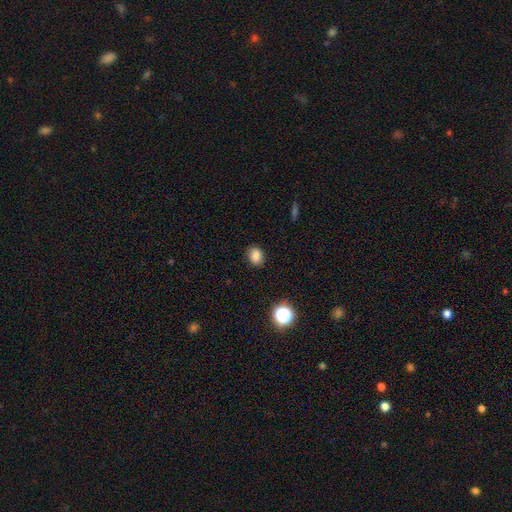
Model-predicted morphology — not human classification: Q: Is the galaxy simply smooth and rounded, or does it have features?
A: smooth — 84%.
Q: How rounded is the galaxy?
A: in between — 54%.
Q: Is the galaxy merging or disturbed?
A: none — 88%.